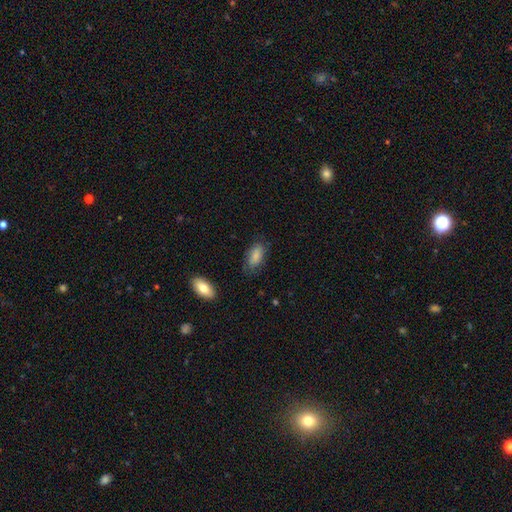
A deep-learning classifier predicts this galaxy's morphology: Smooth or featured? smooth (83%)
How rounded? in between (91%)
Merging? none (68%)